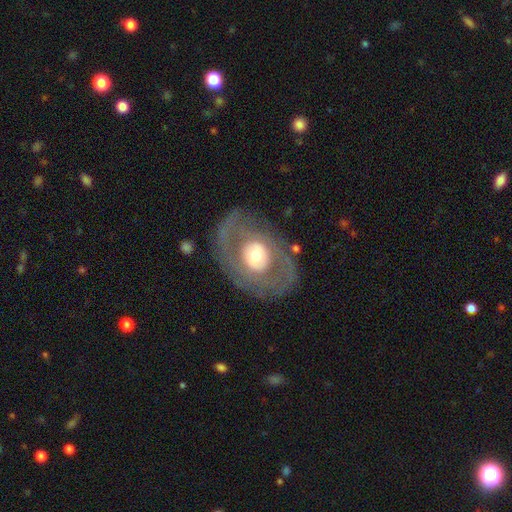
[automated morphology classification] smooth_or_featured: featured or disk (p=0.65) [alt: smooth p=0.29]
disk_edge_on: no (p=0.94) [alt: yes p=0.06]
bar: no (p=0.75) [alt: weak p=0.18]
has_spiral_arms: no (p=0.58) [alt: yes p=0.42]
bulge_size: moderate (p=0.55) [alt: large p=0.30]
merging: none (p=0.75) [alt: minor disturbance p=0.13]